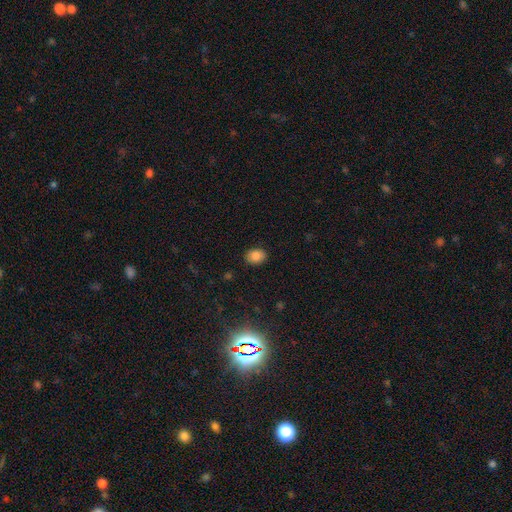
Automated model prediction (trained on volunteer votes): Q: Smooth or featured?
A: smooth (85%); runner-up: star or artifact (10%)
Q: How rounded?
A: in between (66%); runner-up: round (33%)
Q: Merging?
A: none (88%); runner-up: minor disturbance (9%)